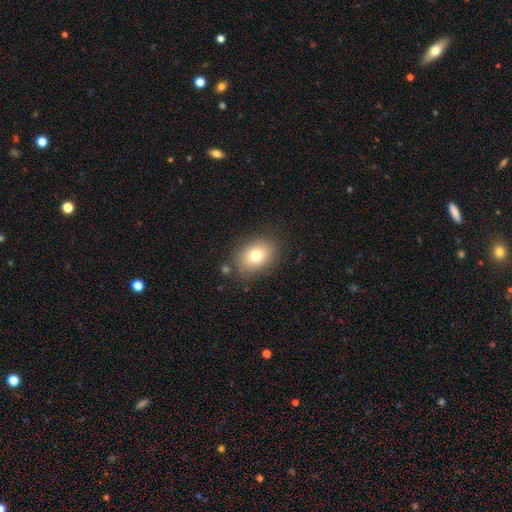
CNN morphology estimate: A smooth galaxy with no disk features (77%) that is in between round and cigar-shaped (62%). Merging: none (82%).